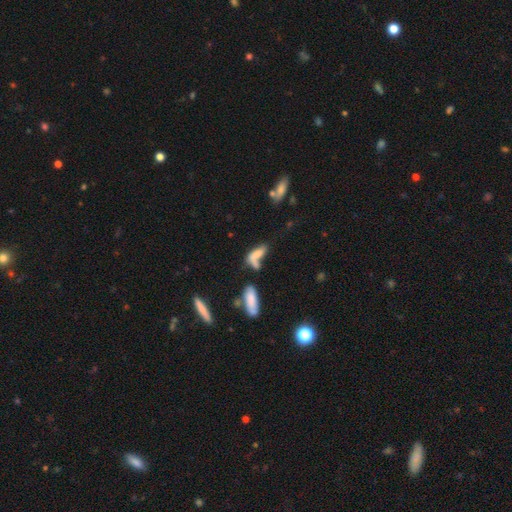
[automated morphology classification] smooth 60%, featured or disk 29%, star or artifact 11%. Down the decision tree: how rounded — in between (66%); merging — merger (39%).